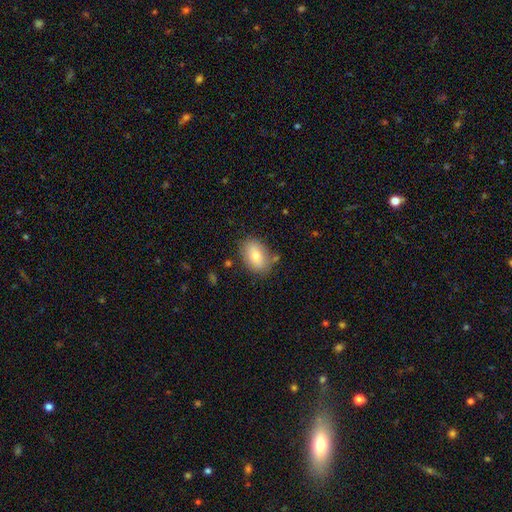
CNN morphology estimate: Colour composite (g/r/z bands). It shows a smooth galaxy with no disk features (77%) that is in between round and cigar-shaped (86%). Merging: none (77%).